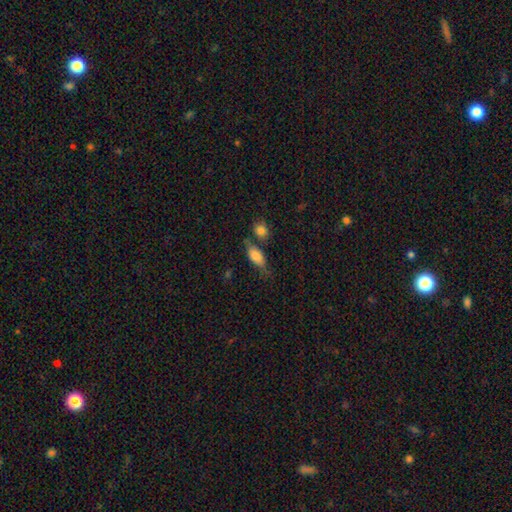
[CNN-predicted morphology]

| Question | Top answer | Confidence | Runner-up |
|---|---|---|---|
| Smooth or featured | smooth | 73% | featured or disk (19%) |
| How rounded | in between | 80% | cigar-shaped (16%) |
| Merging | none | 55% | minor disturbance (22%) |